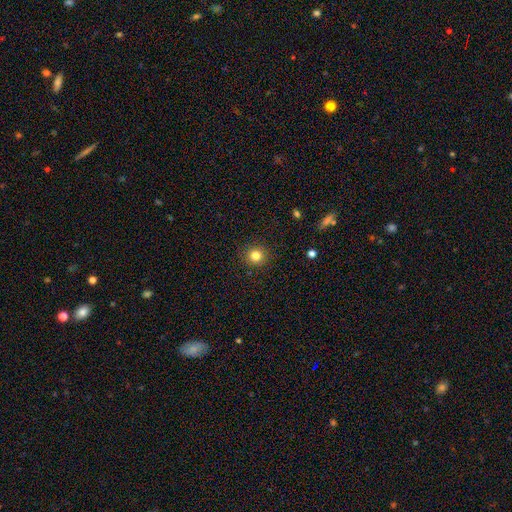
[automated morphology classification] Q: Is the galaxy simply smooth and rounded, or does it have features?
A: smooth — 81%.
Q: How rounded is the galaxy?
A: round — 92%.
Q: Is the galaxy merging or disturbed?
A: none — 91%.